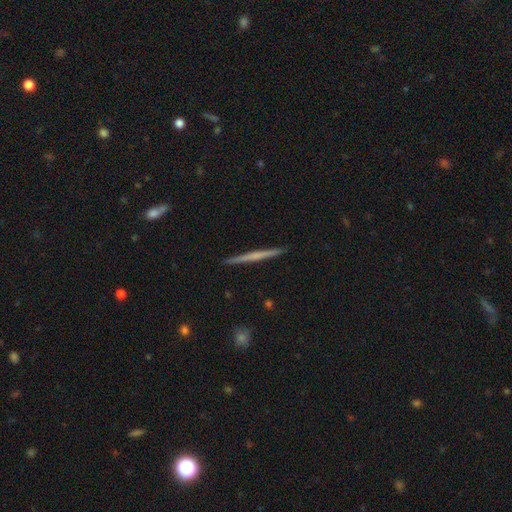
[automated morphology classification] This appears to be a featured or disk galaxy (57%) viewed edge-on (98%) with no central bulge (71%). Merging: none (93%).